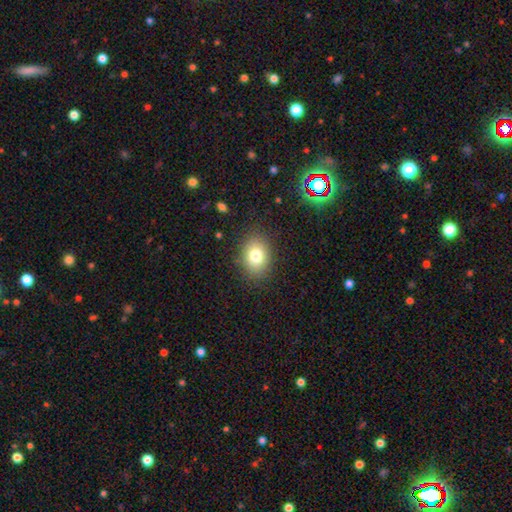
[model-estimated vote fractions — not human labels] smooth 78%, featured or disk 11%, star or artifact 11%. Down the decision tree: how rounded — in between (67%); merging — none (85%).